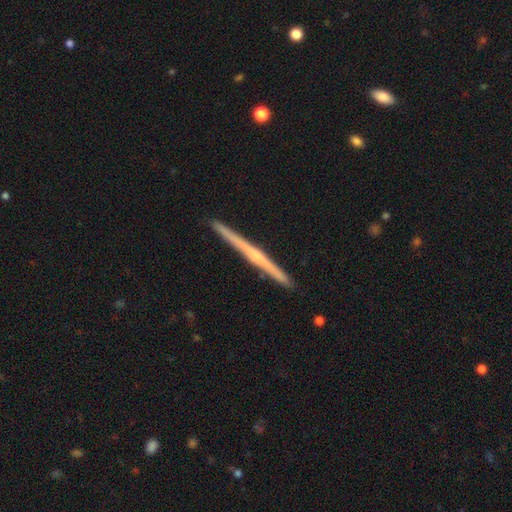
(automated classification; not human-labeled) Q: Smooth or featured?
A: featured or disk (77%); runner-up: smooth (18%)
Q: Edge-on disk?
A: yes (99%); runner-up: no (1%)
Q: Edge-on bulge?
A: rounded (56%); runner-up: none (37%)
Q: Merging?
A: none (92%); runner-up: minor disturbance (5%)